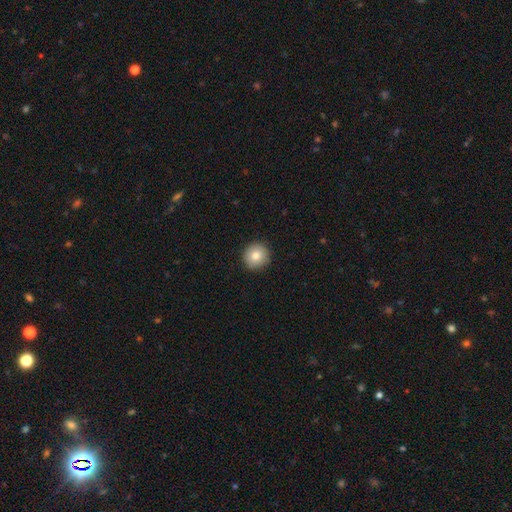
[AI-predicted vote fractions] The model was most divided on "smooth or featured": smooth: 82%, featured or disk: 9%, star or artifact: 9%. More confident: how rounded — round (93%); merging — none (92%).